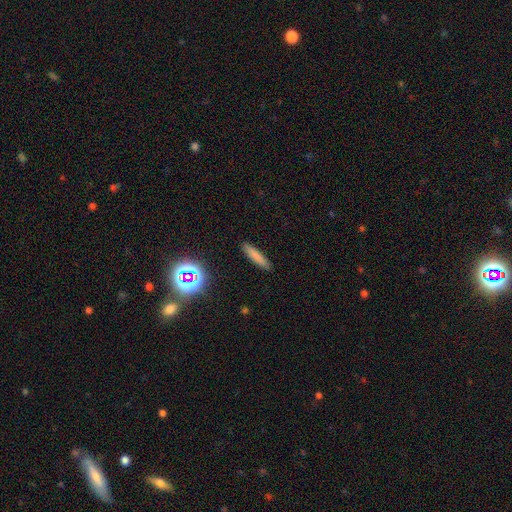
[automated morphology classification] Q: Smooth or featured?
A: smooth (78%); runner-up: star or artifact (11%)
Q: How rounded?
A: cigar-shaped (85%); runner-up: in between (13%)
Q: Merging?
A: none (89%); runner-up: minor disturbance (7%)